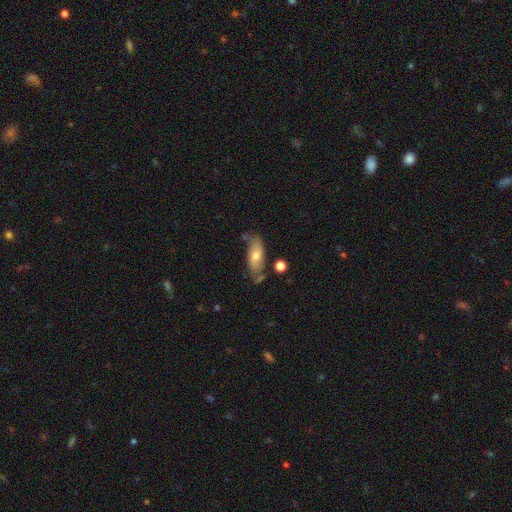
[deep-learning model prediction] Overall: smooth (59%; featured or disk 34%). How rounded: in between (75%). Merging: none (62%; minor disturbance 23%).